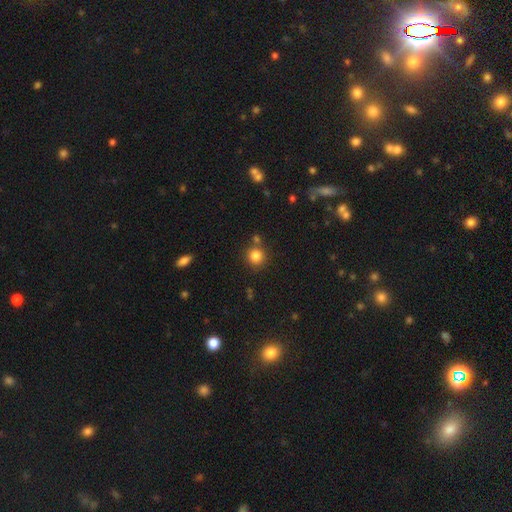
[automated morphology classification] Smooth or featured? smooth (83%)
How rounded? round (91%)
Merging? none (78%)